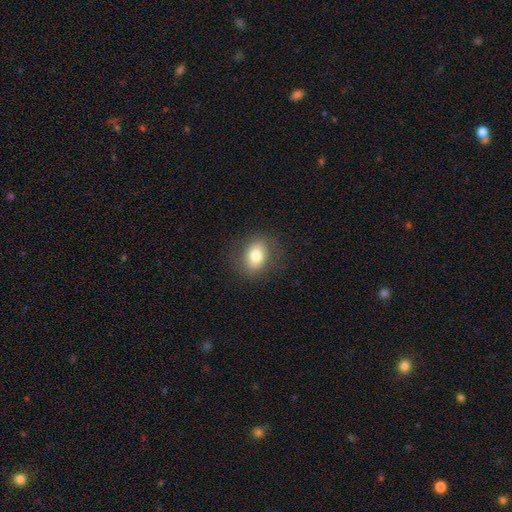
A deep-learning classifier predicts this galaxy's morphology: Smooth or featured? Predicted: smooth (p=0.76). How rounded? Predicted: in between (p=0.67). Merging? Predicted: none (p=0.83).